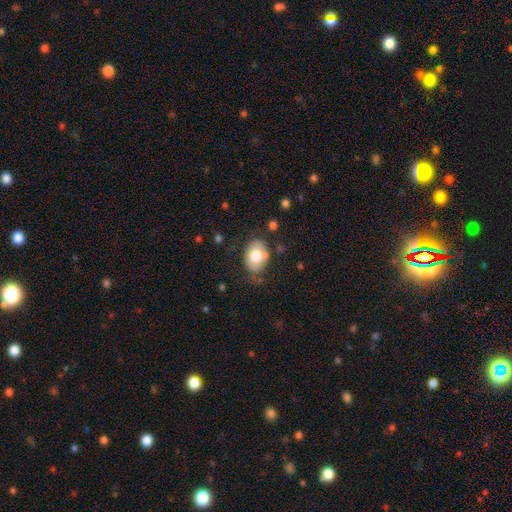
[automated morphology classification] A smooth galaxy with no disk features (75%) that is in between round and cigar-shaped (74%). Merging: none (67%).